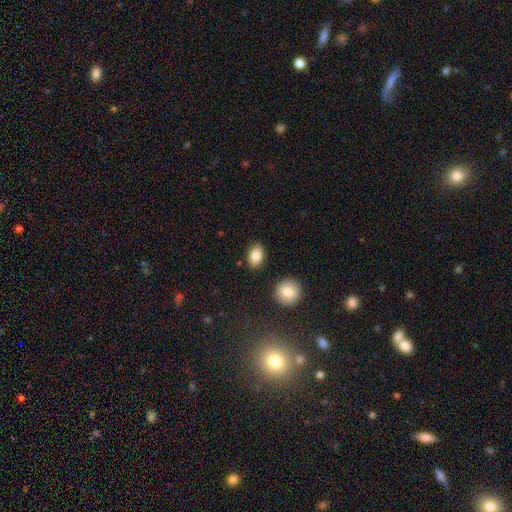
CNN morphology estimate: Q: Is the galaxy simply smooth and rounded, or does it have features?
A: smooth — 84%.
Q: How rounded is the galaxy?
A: in between — 80%.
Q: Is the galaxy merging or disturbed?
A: none — 84%.